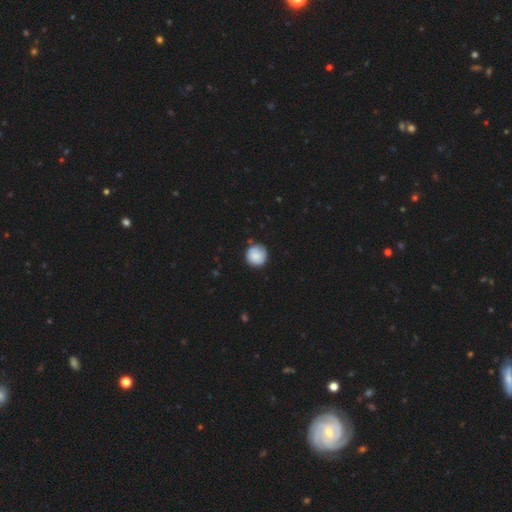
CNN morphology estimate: Smooth or featured? Predicted: smooth (p=0.80). How rounded? Predicted: round (p=0.94). Merging? Predicted: none (p=0.81).